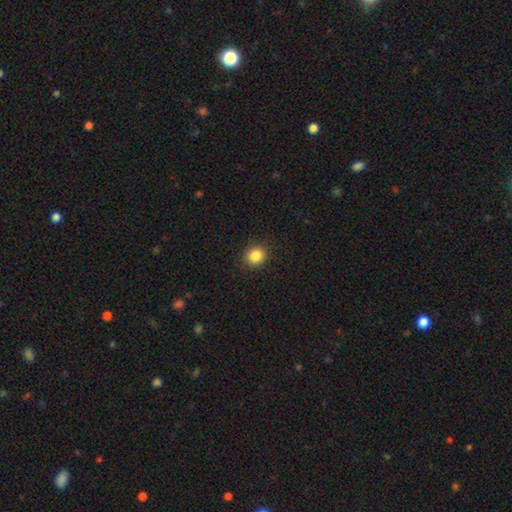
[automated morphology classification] Smooth or featured? Predicted: smooth (p=0.85). How rounded? Predicted: round (p=0.83). Merging? Predicted: none (p=0.90).